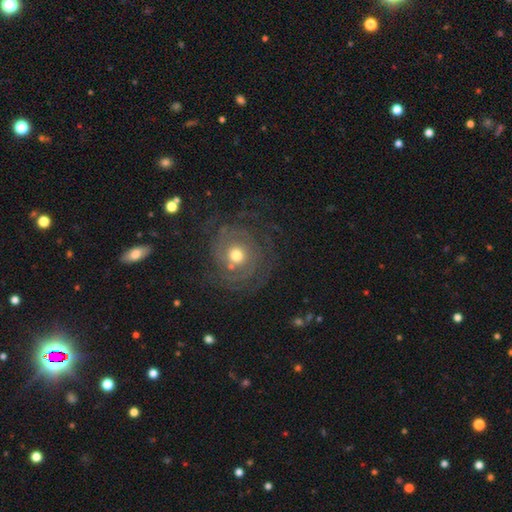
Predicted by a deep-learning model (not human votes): Morphology: type=smooth (40%); merging=none (82%).